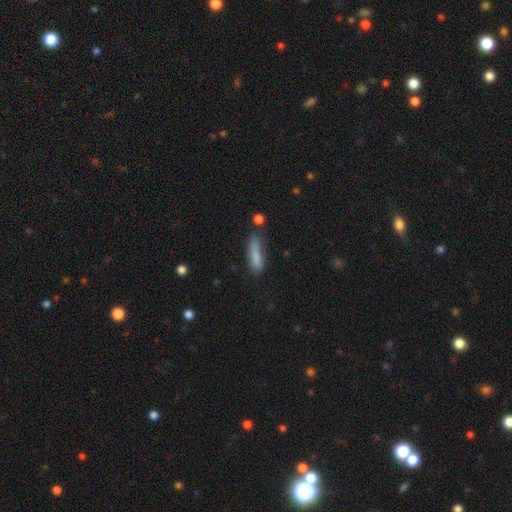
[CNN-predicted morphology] A smooth galaxy with no disk features (83%) that is cigar-shaped (71%). Merging: none (60%).